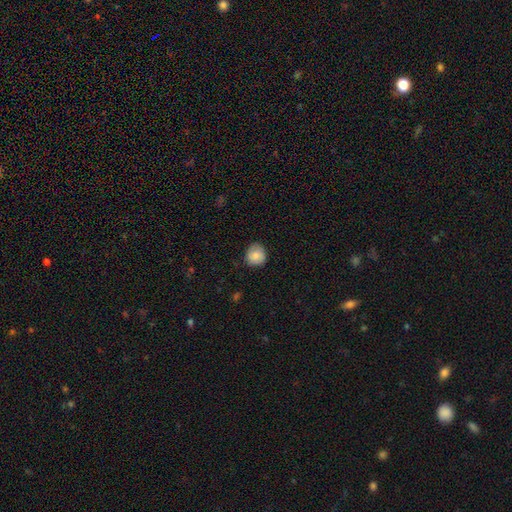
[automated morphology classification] Smooth or featured? Predicted: smooth (p=0.83). How rounded? Predicted: round (p=0.85). Merging? Predicted: none (p=0.77).